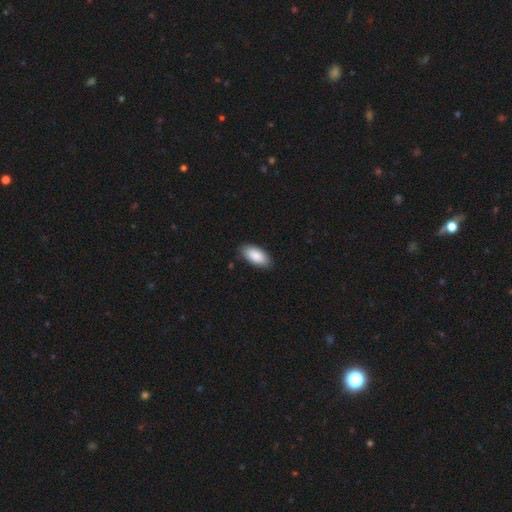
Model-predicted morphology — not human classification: smooth-or-featured: smooth: 89% | star or artifact: 6% | featured or disk: 6%
  how-rounded: in between: 93% | cigar-shaped: 6% | round: 2%
  merging: none: 86% | minor disturbance: 11% | major disturbance: 2% | merger: 1%